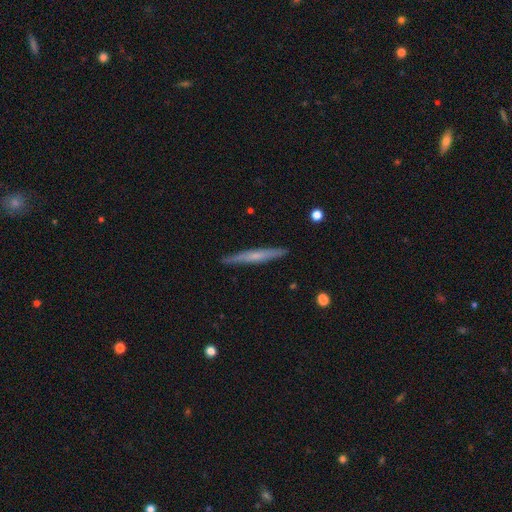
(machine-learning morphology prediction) type=featured or disk (51%); edge-on=yes (96%); merging=none (91%).